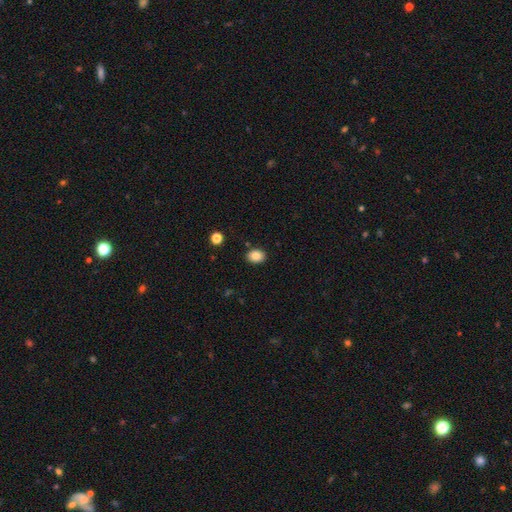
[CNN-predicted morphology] type=smooth (85%); roundness=in between (69%); merging=none (88%).